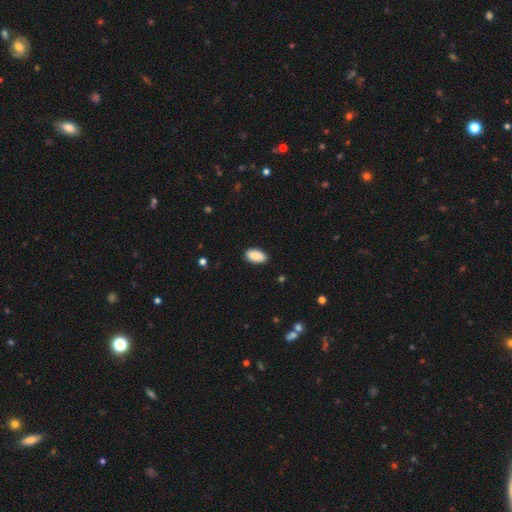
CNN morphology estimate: Smooth or featured: smooth — 87% (featured or disk — 6%)
How rounded: in between — 94% (cigar-shaped — 3%)
Merging: none — 85% (minor disturbance — 12%)